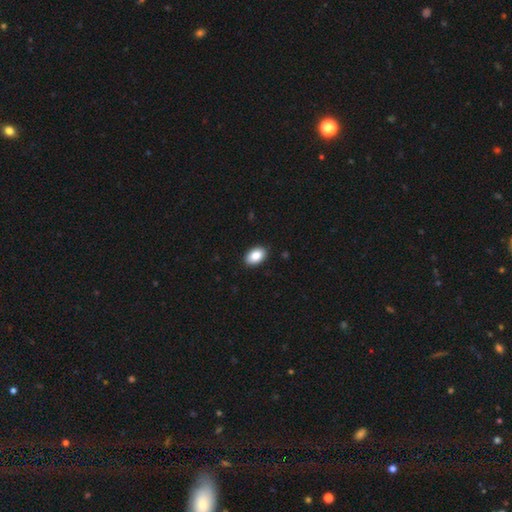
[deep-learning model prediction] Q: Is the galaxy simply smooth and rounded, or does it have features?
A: smooth — 88%.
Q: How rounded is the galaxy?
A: in between — 91%.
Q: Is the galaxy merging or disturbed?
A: none — 90%.